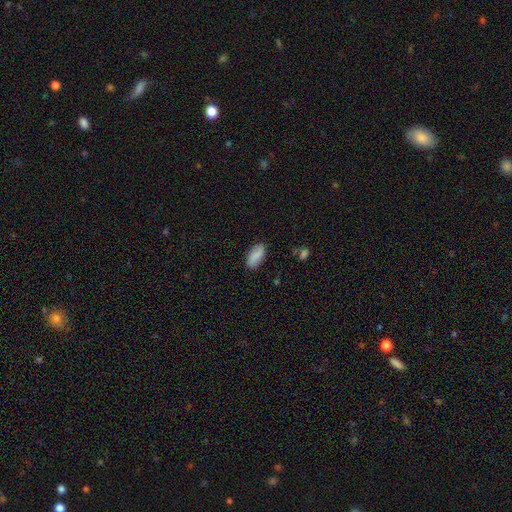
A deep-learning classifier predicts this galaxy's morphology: Smooth or featured? Predicted: smooth (p=0.88). How rounded? Predicted: in between (p=0.90). Merging? Predicted: none (p=0.86).